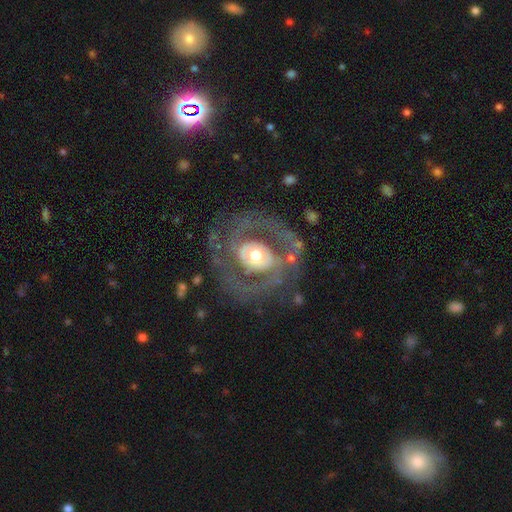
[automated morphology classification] type=featured or disk (81%); edge-on=no (97%); bar=no (67%); spiral arms=yes (75%); winding=medium (41%); arm count=2 (61%); bulge=moderate (63%); merging=none (66%).